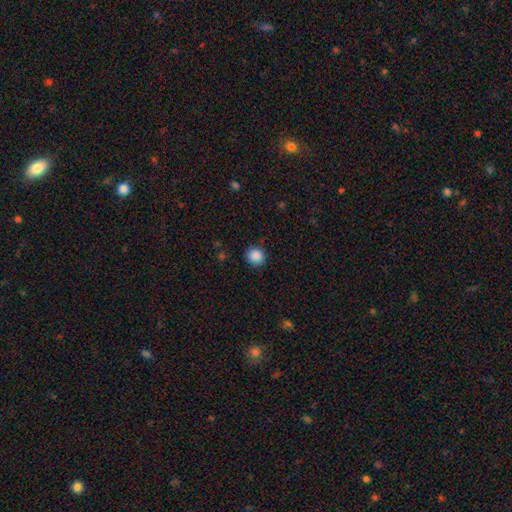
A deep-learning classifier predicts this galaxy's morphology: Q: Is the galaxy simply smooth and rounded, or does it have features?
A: smooth — 87%.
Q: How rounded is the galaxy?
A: round — 88%.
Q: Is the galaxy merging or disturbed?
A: none — 89%.